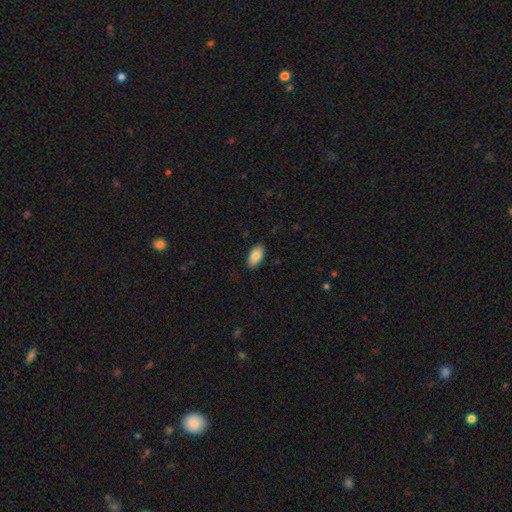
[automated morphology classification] smooth-or-featured: smooth: 85% | featured or disk: 9% | star or artifact: 6%
  how-rounded: in between: 94% | cigar-shaped: 4% | round: 3%
  merging: none: 88% | minor disturbance: 9% | major disturbance: 2% | merger: 1%